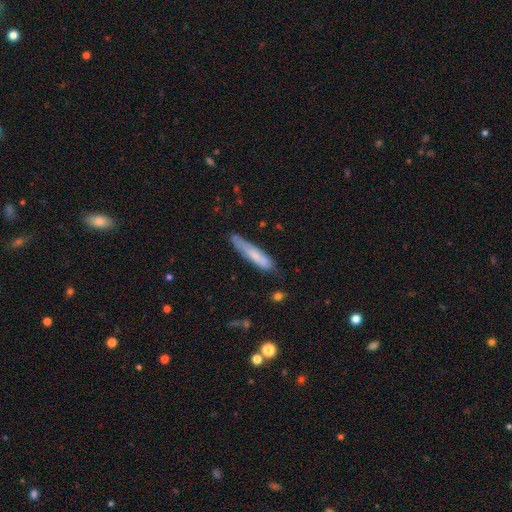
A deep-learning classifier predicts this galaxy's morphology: Smooth or featured: smooth — 68% (featured or disk — 25%)
How rounded: cigar-shaped — 88% (in between — 11%)
Merging: none — 67% (minor disturbance — 25%)